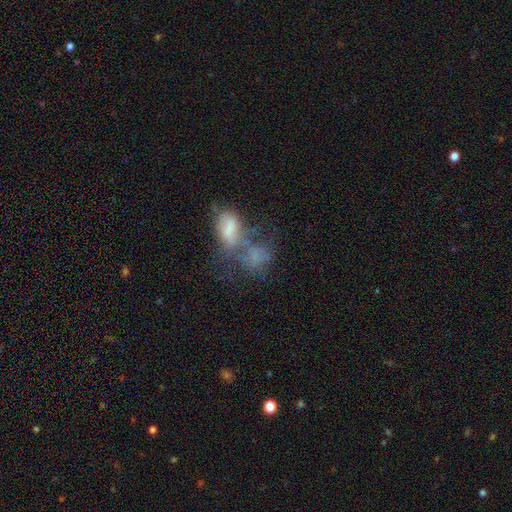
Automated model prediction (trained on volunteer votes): Smooth or featured: smooth — 51% (featured or disk — 35%)
How rounded: in between — 83% (round — 13%)
Merging: merger — 57% (major disturbance — 21%)